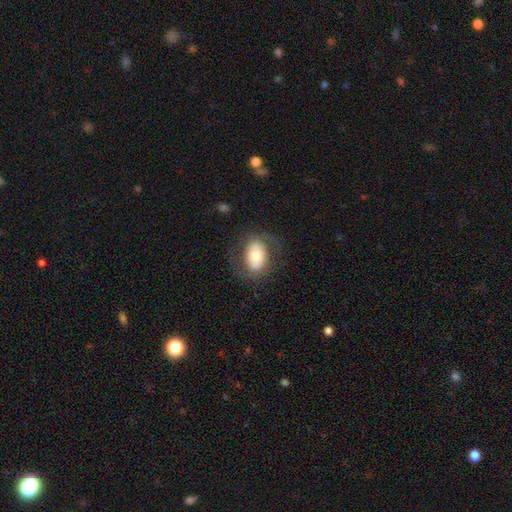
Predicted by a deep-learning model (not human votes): This appears to be a smooth galaxy with no disk features (53%) that is in between round and cigar-shaped (81%). Merging: none (70%).